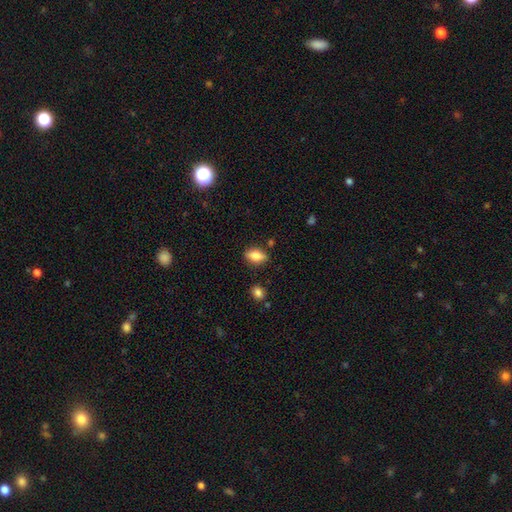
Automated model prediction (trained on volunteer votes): smooth_or_featured: smooth (p=0.77) [alt: featured or disk p=0.15]
how_rounded: in between (p=0.83) [alt: round p=0.09]
merging: none (p=0.81) [alt: minor disturbance p=0.13]